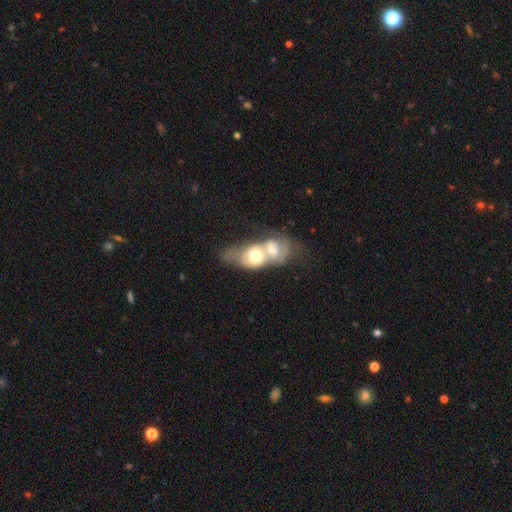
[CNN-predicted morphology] smooth_or_featured: smooth (p=0.48) [alt: featured or disk p=0.45]
merging: merger (p=0.79) [alt: none p=0.08]